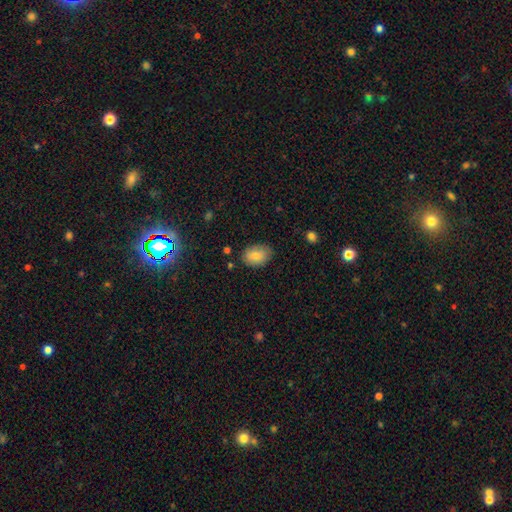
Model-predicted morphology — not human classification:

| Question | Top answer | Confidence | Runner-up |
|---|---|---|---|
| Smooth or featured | smooth | 80% | featured or disk (12%) |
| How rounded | in between | 82% | round (17%) |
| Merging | none | 80% | minor disturbance (16%) |